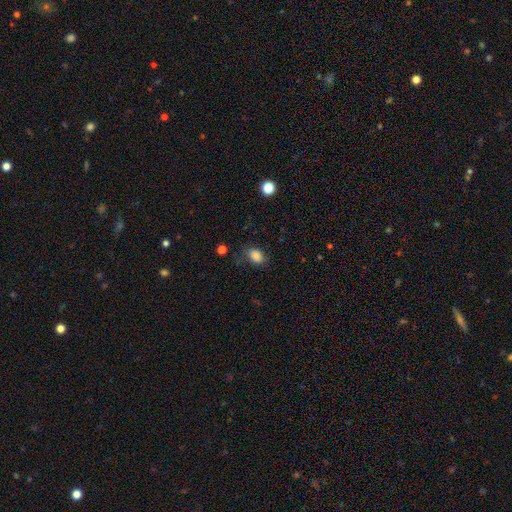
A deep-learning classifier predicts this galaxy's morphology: Overall: smooth (84%). How rounded: in between (75%). Merging: none (73%).